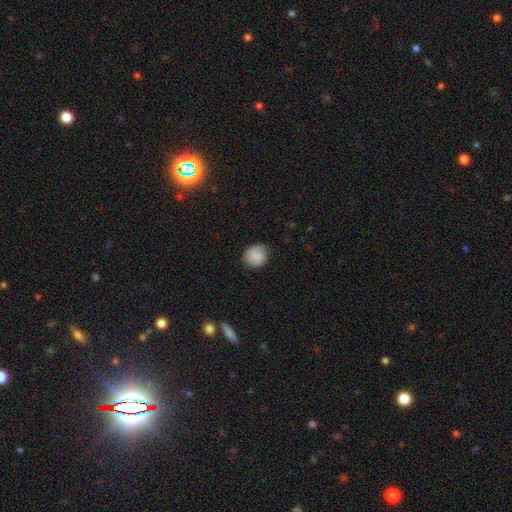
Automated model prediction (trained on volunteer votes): smooth 78%, featured or disk 14%, star or artifact 8%. Down the decision tree: how rounded — round (83%); merging — none (78%).